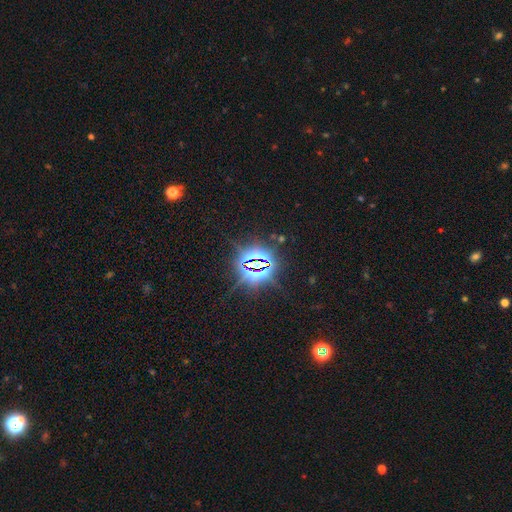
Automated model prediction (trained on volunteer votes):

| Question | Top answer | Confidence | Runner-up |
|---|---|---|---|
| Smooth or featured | star or artifact | 83% | smooth (10%) |